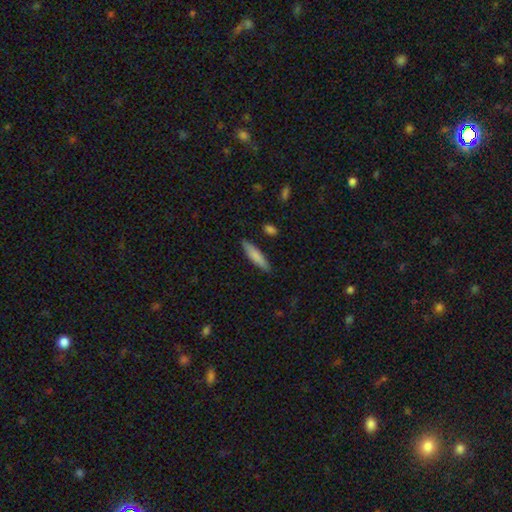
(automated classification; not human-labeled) smooth_or_featured: smooth (p=0.80) [alt: featured or disk p=0.14]
how_rounded: cigar-shaped (p=0.82) [alt: in between p=0.17]
merging: none (p=0.86) [alt: minor disturbance p=0.10]